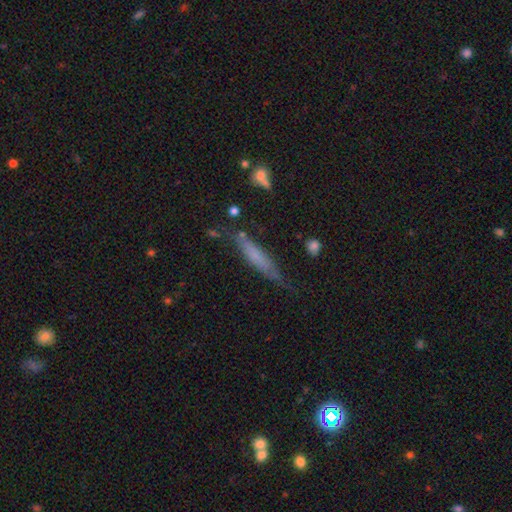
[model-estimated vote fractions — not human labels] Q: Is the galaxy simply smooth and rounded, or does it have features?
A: smooth — 58%.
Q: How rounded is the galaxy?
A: cigar-shaped — 86%.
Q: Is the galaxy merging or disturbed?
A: none — 63%.